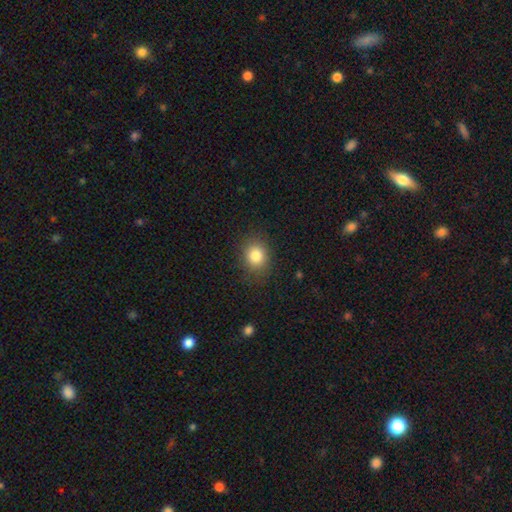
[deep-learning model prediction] The model was most divided on "how rounded": round: 60%, in between: 40%, cigar-shaped: 1%. More confident: merging — none (84%); smooth or featured — smooth (83%).